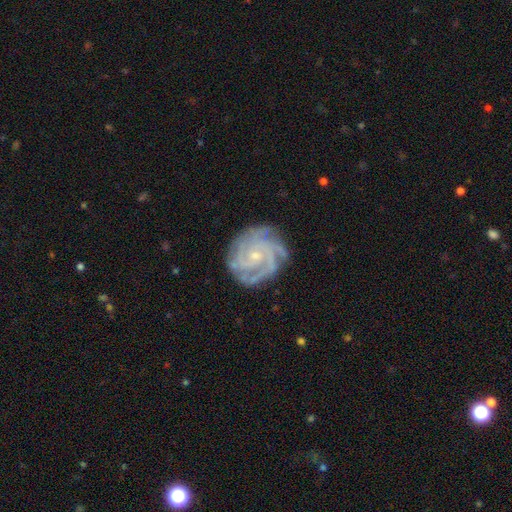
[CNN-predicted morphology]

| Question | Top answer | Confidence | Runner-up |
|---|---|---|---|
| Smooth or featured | featured or disk | 87% | star or artifact (7%) |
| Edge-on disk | no | 97% | yes (3%) |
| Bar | no | 70% | weak (23%) |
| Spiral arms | yes | 98% | no (2%) |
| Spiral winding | tight | 74% | medium (23%) |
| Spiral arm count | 4 | 36% | 3 (25%) |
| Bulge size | small | 76% | moderate (20%) |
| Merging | none | 81% | minor disturbance (14%) |